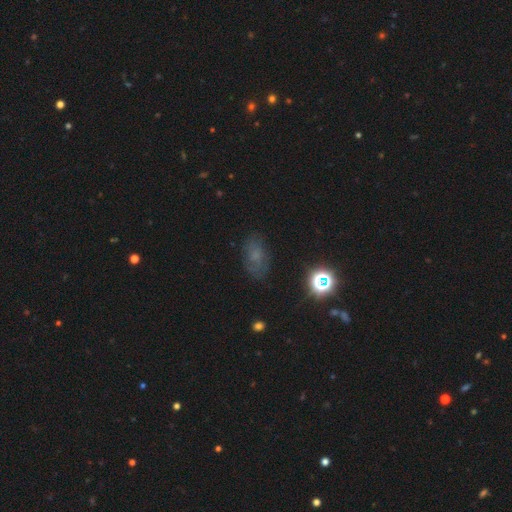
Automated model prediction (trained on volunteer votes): A smooth galaxy with no disk features (51%) that is in between round and cigar-shaped (83%). Merging: none (71%).